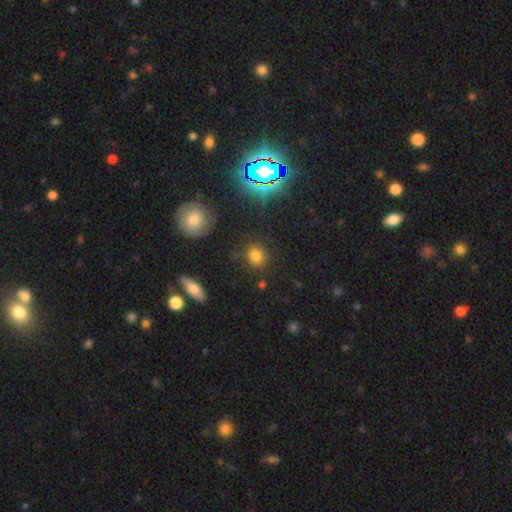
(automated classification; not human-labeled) smooth 72%, star or artifact 20%, featured or disk 7%. Down the decision tree: how rounded — round (73%); merging — none (79%).